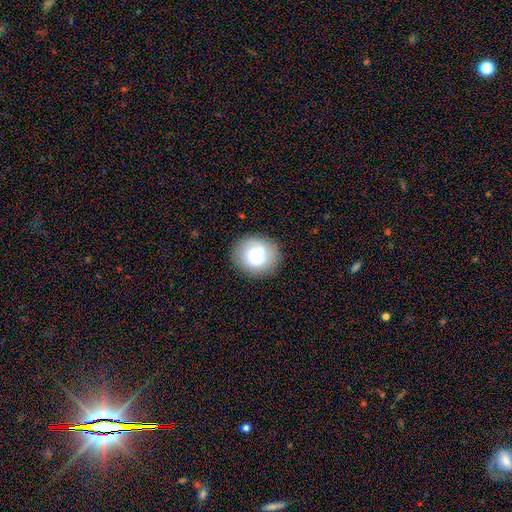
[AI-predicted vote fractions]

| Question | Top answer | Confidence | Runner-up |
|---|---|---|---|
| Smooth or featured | smooth | 59% | featured or disk (33%) |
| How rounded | round | 80% | in between (19%) |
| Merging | none | 80% | minor disturbance (13%) |